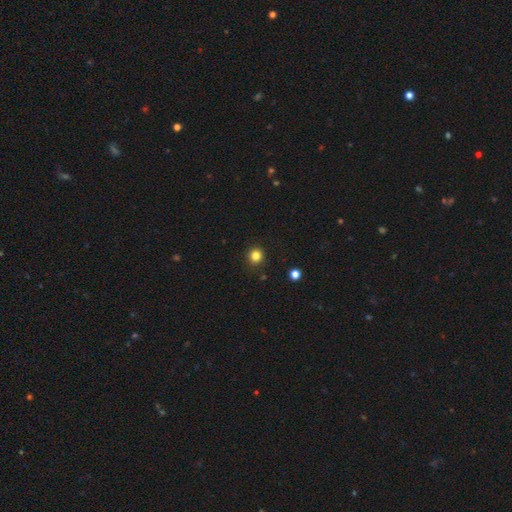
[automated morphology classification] The model was most divided on "smooth or featured": smooth: 83%, star or artifact: 13%, featured or disk: 4%. More confident: merging — none (91%); how rounded — round (90%).